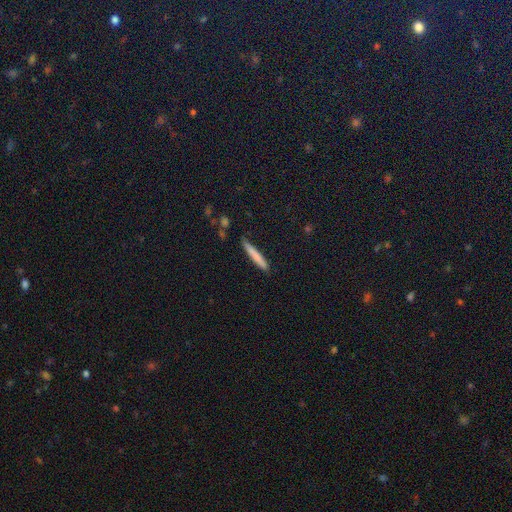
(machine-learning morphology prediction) Smooth or featured?
  - smooth: 77% *
  - featured or disk: 17%
  - star or artifact: 6%
How rounded?
  - cigar-shaped: 95% *
  - in between: 4%
  - round: 1%
Merging?
  - none: 82% *
  - minor disturbance: 13%
  - major disturbance: 2%
  - merger: 2%